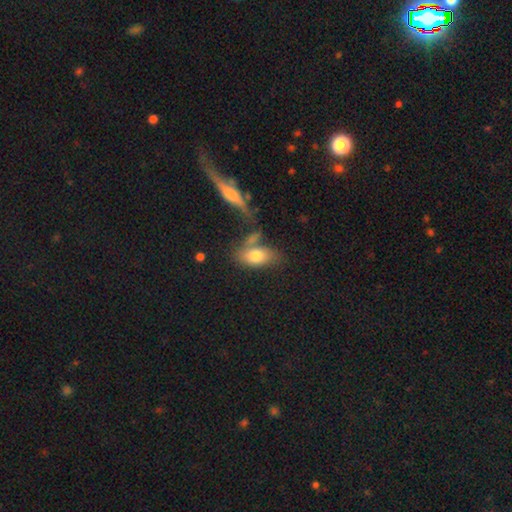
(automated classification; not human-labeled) A smooth galaxy with no disk features (75%) that is in between round and cigar-shaped (88%). Merging: none (49%).